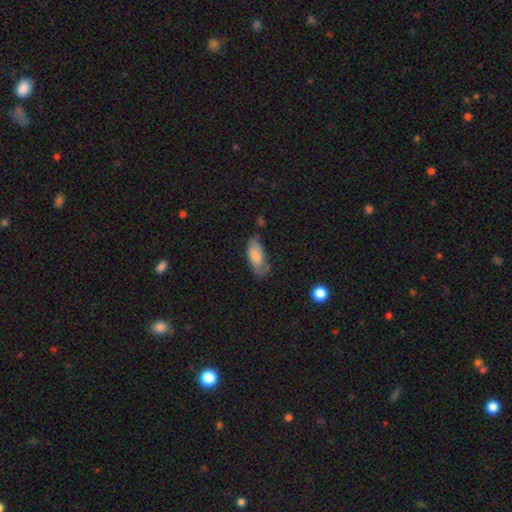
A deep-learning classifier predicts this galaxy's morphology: smooth-or-featured: smooth: 75% | featured or disk: 18% | star or artifact: 7%
  how-rounded: in between: 88% | cigar-shaped: 10% | round: 2%
  merging: none: 49% | minor disturbance: 35% | major disturbance: 12% | merger: 4%